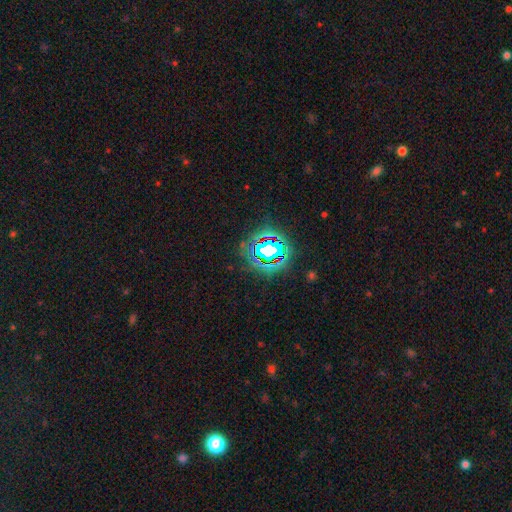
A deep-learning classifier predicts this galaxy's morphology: type=star or artifact (79%).